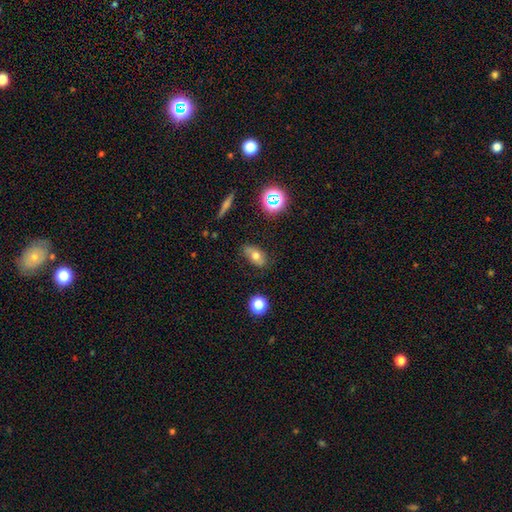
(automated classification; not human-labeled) This appears to be a smooth galaxy with no disk features (66%) that is in between round and cigar-shaped (85%). Merging: none (74%).